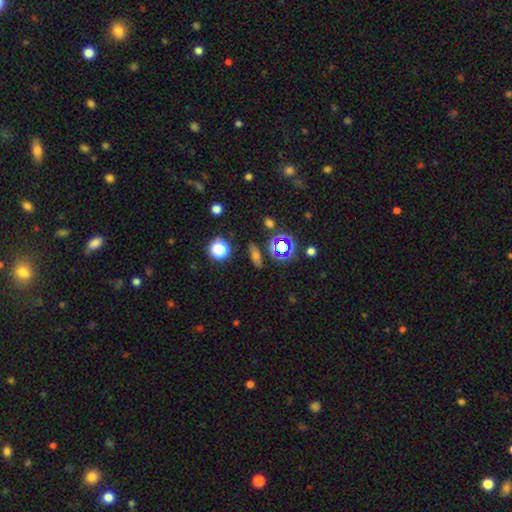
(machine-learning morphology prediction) Overall: smooth (46%; star or artifact 31%). Merging: none (83%).